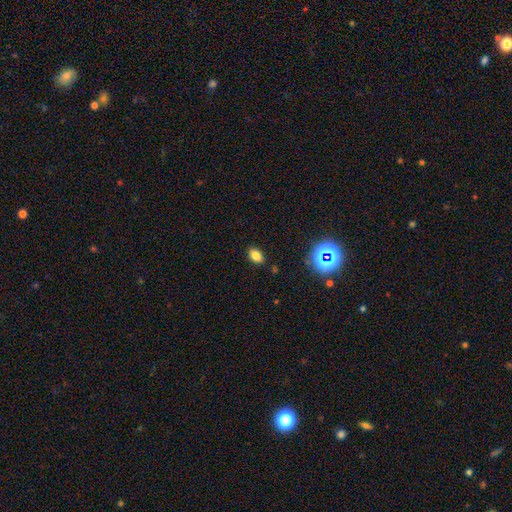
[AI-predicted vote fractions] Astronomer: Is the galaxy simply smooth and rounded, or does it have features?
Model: smooth — 78%.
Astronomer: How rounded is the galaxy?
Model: in between — 83%.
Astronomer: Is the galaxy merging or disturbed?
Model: none — 87%.